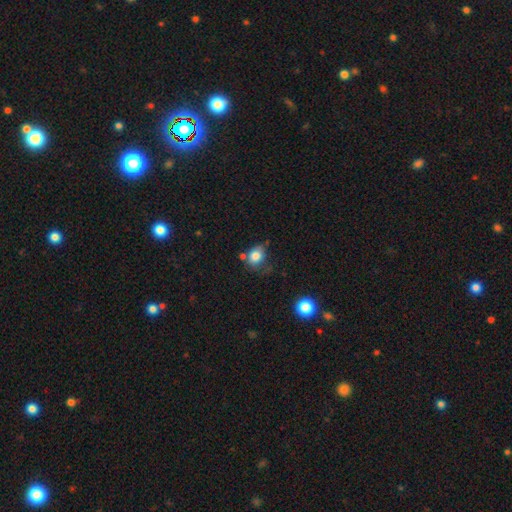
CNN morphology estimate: A smooth galaxy with no disk features (80%) that is in between round and cigar-shaped (50%). Merging: none (46%).